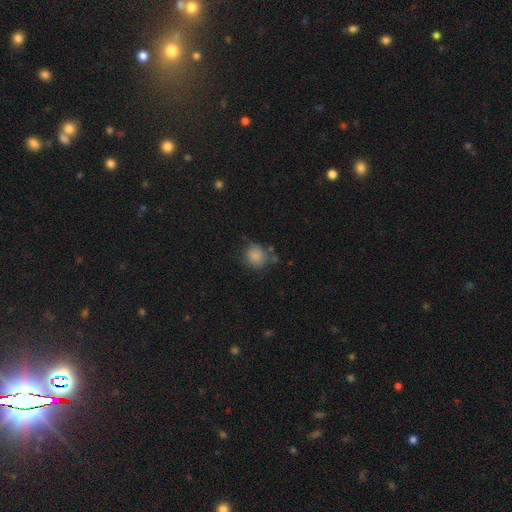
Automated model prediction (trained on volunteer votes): Smooth or featured? Predicted: smooth (p=0.84). How rounded? Predicted: round (p=0.75). Merging? Predicted: none (p=0.64).